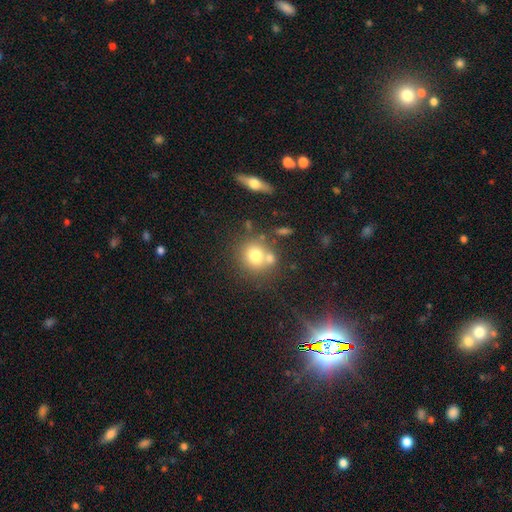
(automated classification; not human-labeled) This is likely a smooth galaxy (73%). How rounded: clearly round (81%). Merging: possibly none (55%).